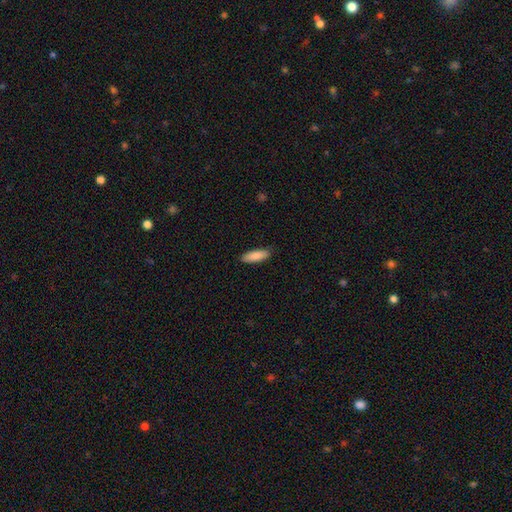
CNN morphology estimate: Smooth or featured: smooth — 87% (featured or disk — 7%)
How rounded: in between — 54% (cigar-shaped — 45%)
Merging: none — 88% (minor disturbance — 9%)